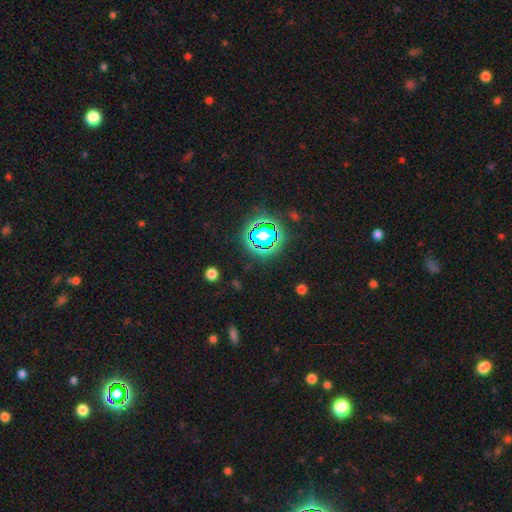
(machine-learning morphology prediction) Smooth or featured? star or artifact (81%)